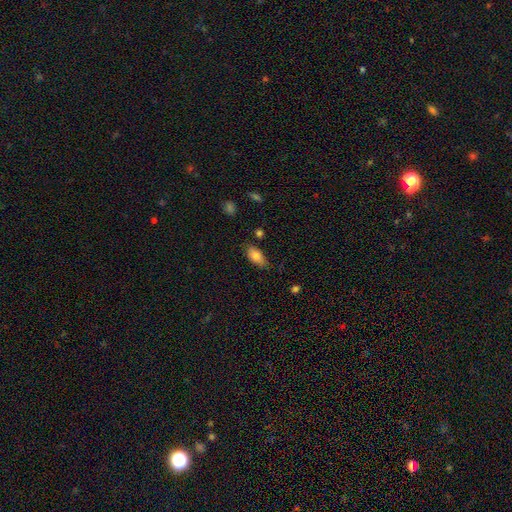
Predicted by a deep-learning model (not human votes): smooth-or-featured: smooth: 82% | featured or disk: 11% | star or artifact: 7%
  how-rounded: in between: 90% | cigar-shaped: 6% | round: 3%
  merging: none: 72% | minor disturbance: 22% | major disturbance: 4% | merger: 3%